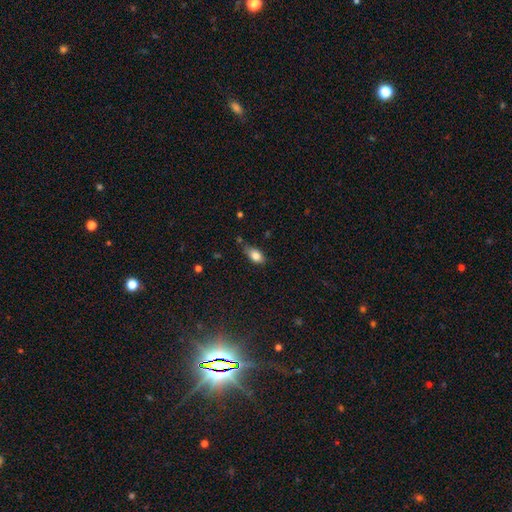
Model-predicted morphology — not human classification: smooth_or_featured: smooth (p=0.82) [alt: featured or disk p=0.09]
how_rounded: in between (p=0.85) [alt: round p=0.09]
merging: none (p=0.57) [alt: minor disturbance p=0.32]